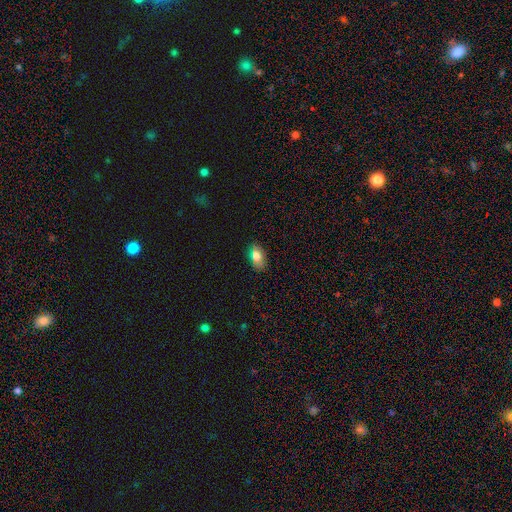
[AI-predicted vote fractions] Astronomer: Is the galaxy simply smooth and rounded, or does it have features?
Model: smooth — 78%.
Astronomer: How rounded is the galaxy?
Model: in between — 89%.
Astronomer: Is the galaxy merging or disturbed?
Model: none — 77%.